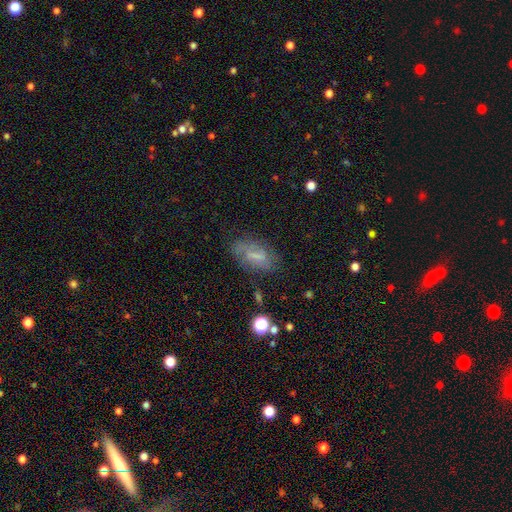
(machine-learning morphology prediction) Overall: featured or disk (44%; smooth 43%). Merging: none (62%; minor disturbance 23%).